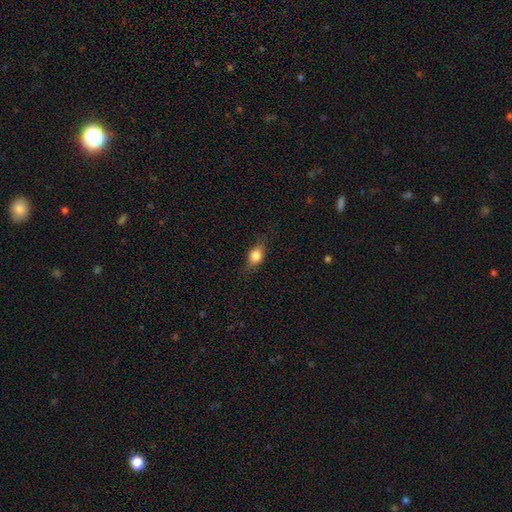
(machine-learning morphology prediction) Smooth or featured: smooth — 76% (featured or disk — 16%)
How rounded: in between — 71% (round — 20%)
Merging: none — 77% (minor disturbance — 18%)